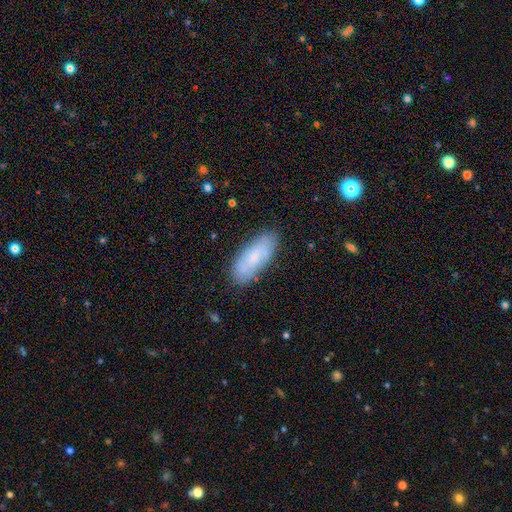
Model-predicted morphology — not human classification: Smooth or featured: smooth — 74% (featured or disk — 19%)
How rounded: in between — 75% (cigar-shaped — 23%)
Merging: none — 81% (minor disturbance — 14%)